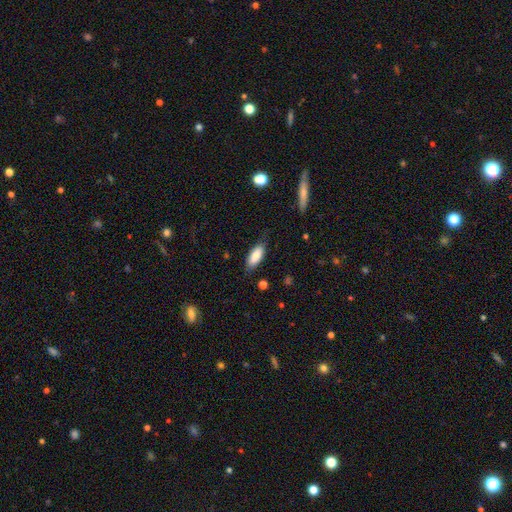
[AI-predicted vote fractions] smooth-or-featured: smooth: 85% | featured or disk: 9% | star or artifact: 6%
  how-rounded: in between: 80% | cigar-shaped: 18% | round: 2%
  merging: none: 76% | minor disturbance: 18% | major disturbance: 4% | merger: 1%